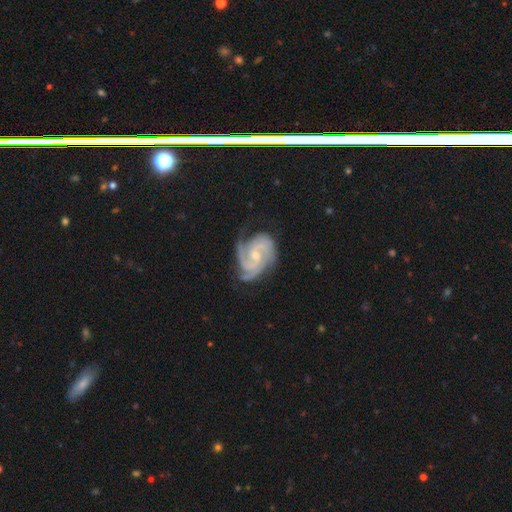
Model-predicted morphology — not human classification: Overall: featured or disk (91%). Edge-on disk: no (98%). Bar: no (56%; weak 35%). Spiral arms: yes (98%). Spiral arm count: 3 (54%; 2 19%). Spiral winding: tight (55%; medium 39%). Bulge size: small (60%; moderate 37%). Merging: none (68%).